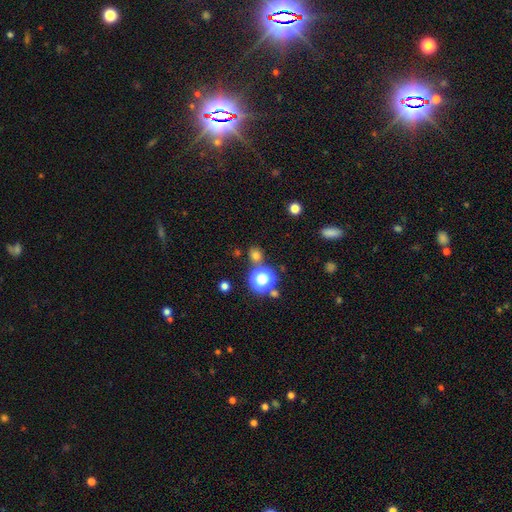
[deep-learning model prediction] Overall: smooth (69%). How rounded: round (84%). Merging: none (79%).